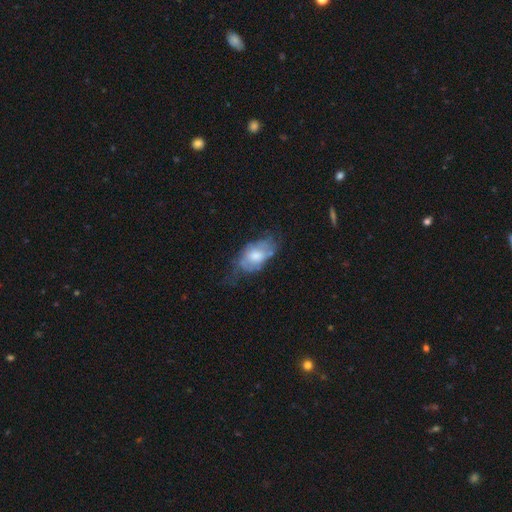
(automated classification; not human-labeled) smooth-or-featured: smooth: 53% | featured or disk: 40% | star or artifact: 7%
  how-rounded: in between: 91% | round: 7% | cigar-shaped: 2%
  merging: minor disturbance: 35% | none: 34% | major disturbance: 28% | merger: 3%